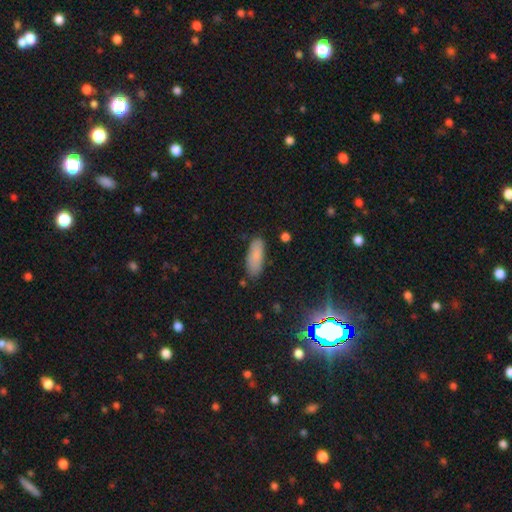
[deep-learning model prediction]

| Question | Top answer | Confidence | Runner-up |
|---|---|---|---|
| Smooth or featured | smooth | 82% | star or artifact (9%) |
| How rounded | in between | 69% | cigar-shaped (29%) |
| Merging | none | 81% | minor disturbance (14%) |